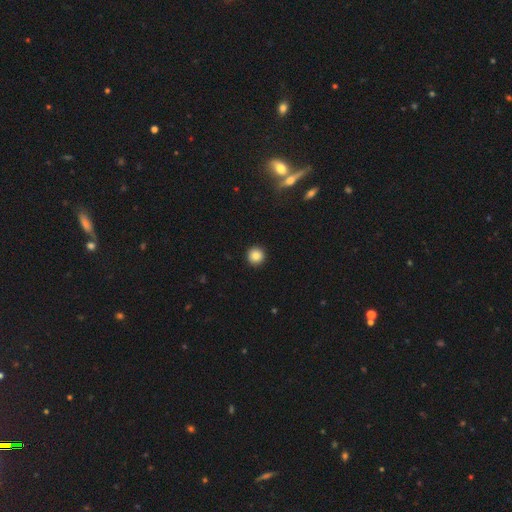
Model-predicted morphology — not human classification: Smooth or featured?
  - smooth: 85% *
  - star or artifact: 10%
  - featured or disk: 5%
How rounded?
  - round: 96% *
  - in between: 3%
  - cigar-shaped: 1%
Merging?
  - none: 93% *
  - minor disturbance: 5%
  - major disturbance: 2%
  - merger: 1%